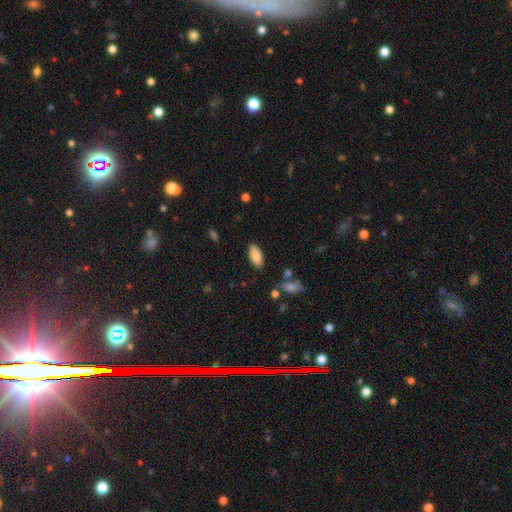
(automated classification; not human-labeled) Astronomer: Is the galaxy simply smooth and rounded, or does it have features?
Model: smooth — 87%.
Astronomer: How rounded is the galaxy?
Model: in between — 86%.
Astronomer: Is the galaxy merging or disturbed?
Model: none — 84%.